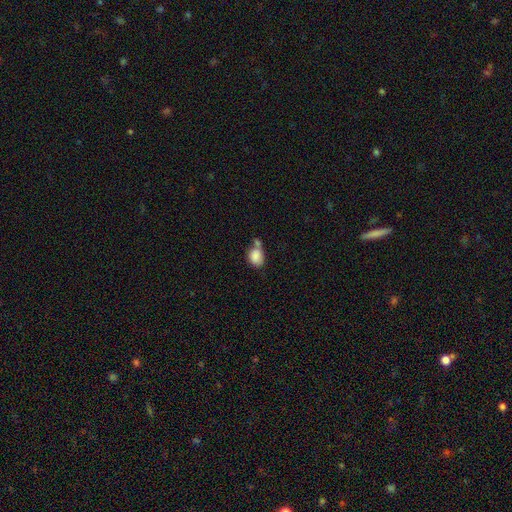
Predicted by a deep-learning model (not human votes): Smooth or featured?
  - smooth: 85% *
  - star or artifact: 8%
  - featured or disk: 7%
How rounded?
  - in between: 62% *
  - round: 37%
  - cigar-shaped: 1%
Merging?
  - merger: 42% *
  - none: 35%
  - minor disturbance: 16%
  - major disturbance: 7%